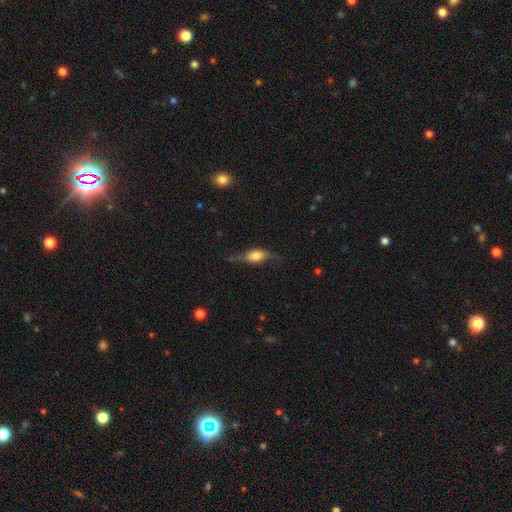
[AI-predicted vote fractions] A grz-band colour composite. It shows a featured or disk galaxy (47%). Merging: none (56%).